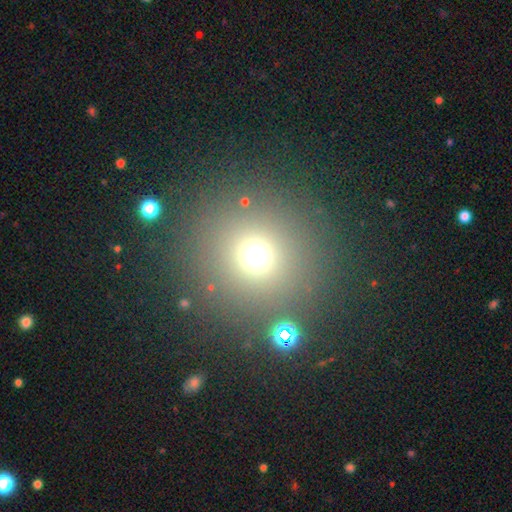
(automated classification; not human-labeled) The model was most divided on "smooth or featured": smooth: 67%, star or artifact: 26%, featured or disk: 8%. More confident: how rounded — round (92%); merging — none (82%).